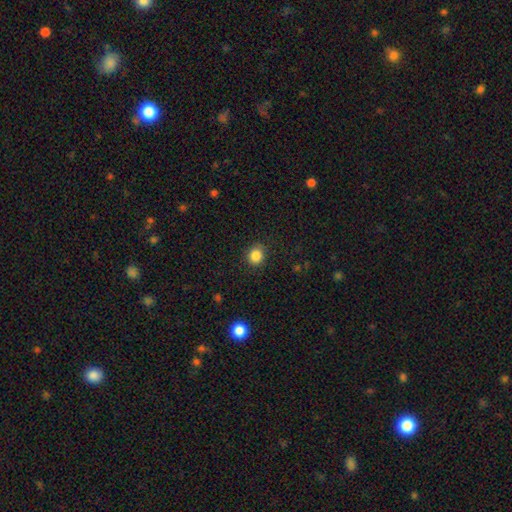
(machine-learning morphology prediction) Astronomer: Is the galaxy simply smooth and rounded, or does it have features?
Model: smooth — 86%.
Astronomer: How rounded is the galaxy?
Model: round — 76%.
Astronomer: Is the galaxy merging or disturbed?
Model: none — 87%.